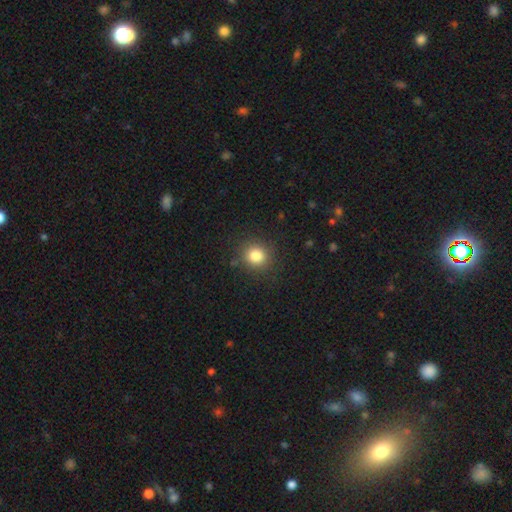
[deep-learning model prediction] Morphology: type=smooth (82%); roundness=round (88%); merging=none (88%).